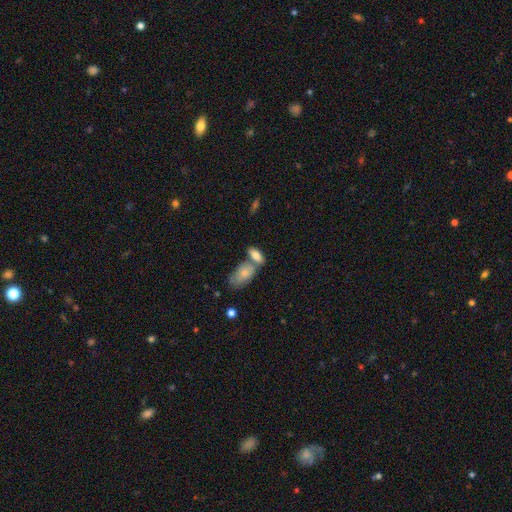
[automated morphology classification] A smooth galaxy with no disk features (77%) that is in between round and cigar-shaped (86%).

Vote fractions:
- Smooth or featured? smooth: 77% / featured or disk: 16% / star or artifact: 7%
- How rounded? in between: 86% / cigar-shaped: 11% / round: 4%
- Merging? none: 43% / merger: 42% / minor disturbance: 12% / major disturbance: 4%